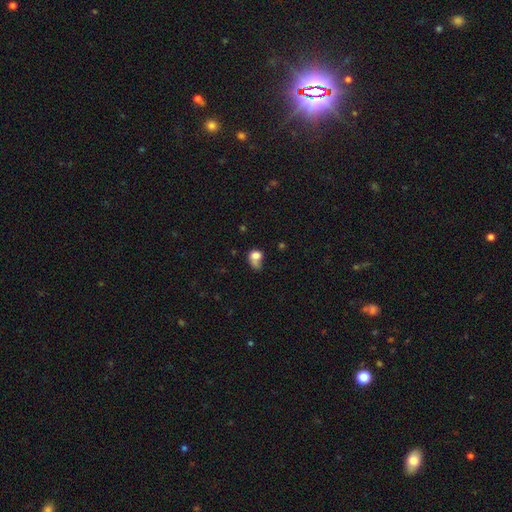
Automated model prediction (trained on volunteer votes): smooth-or-featured: smooth: 73% | featured or disk: 16% | star or artifact: 11%
  how-rounded: in between: 54% | round: 44% | cigar-shaped: 2%
  merging: major disturbance: 33% | minor disturbance: 25% | none: 24% | merger: 18%